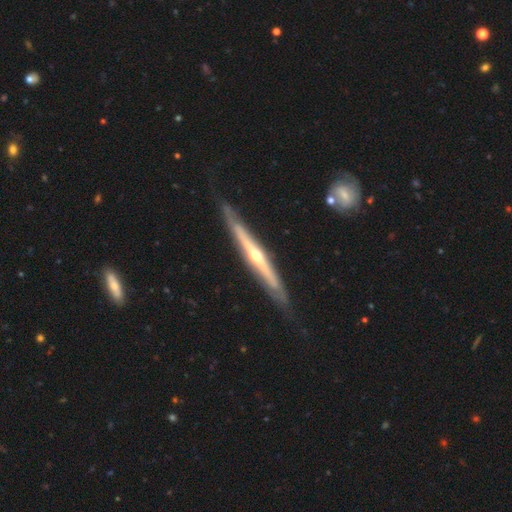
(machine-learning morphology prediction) A featured or disk galaxy (79%) viewed edge-on (94%) with a rounded central bulge (82%).

Vote fractions:
- Smooth or featured? featured or disk: 79% / smooth: 16% / star or artifact: 5%
- Edge-on disk? yes: 94% / no: 6%
- Edge-on bulge? rounded: 82% / none: 15% / boxy: 3%
- Merging? none: 82% / minor disturbance: 14% / major disturbance: 3% / merger: 2%